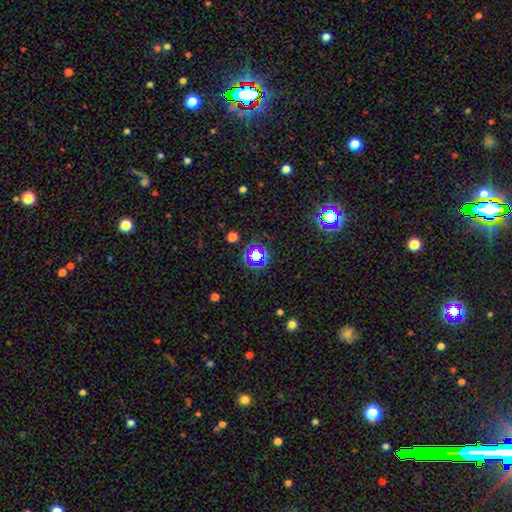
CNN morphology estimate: This is likely a star or artifact rather than a galaxy (68%).